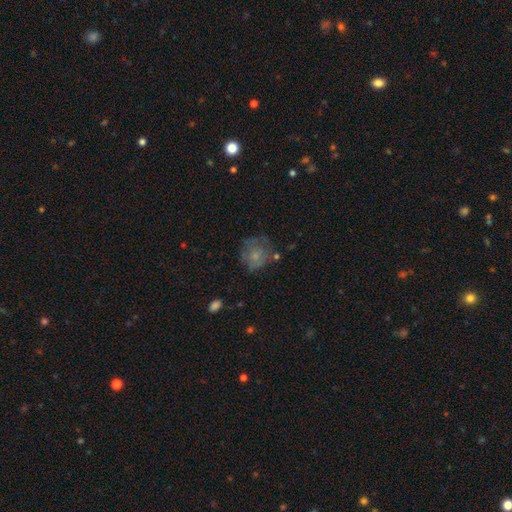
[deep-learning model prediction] Smooth or featured? smooth (61%)
How rounded? round (79%)
Merging? none (52%)